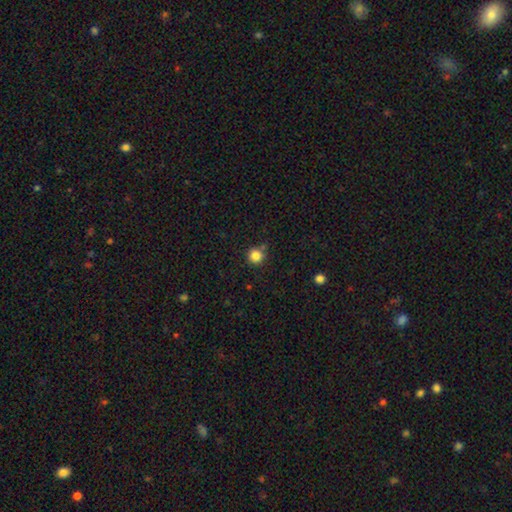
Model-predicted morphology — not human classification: type=smooth (84%); roundness=round (95%); merging=none (82%).